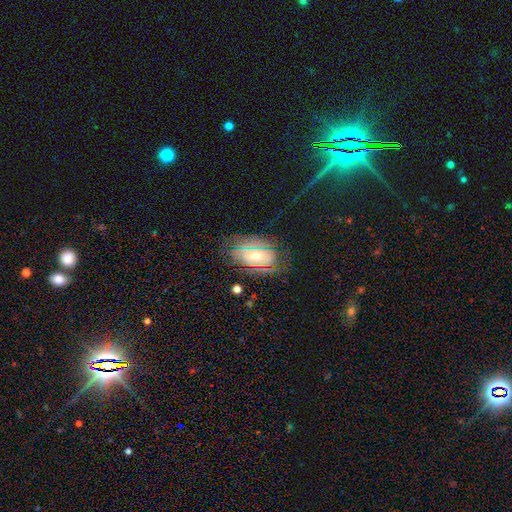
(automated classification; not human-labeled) smooth-or-featured: featured or disk: 63% | smooth: 21% | star or artifact: 16%
  disk-edge-on: no: 92% | yes: 8%
    bar: no: 71% | weak: 21% | strong: 7%
    has-spiral-arms: yes: 80% | no: 20%
    bulge-size: moderate: 63% | small: 29% | large: 5% | none: 1% | dominant: 1%
  merging: none: 73% | minor disturbance: 17% | major disturbance: 9% | merger: 2%